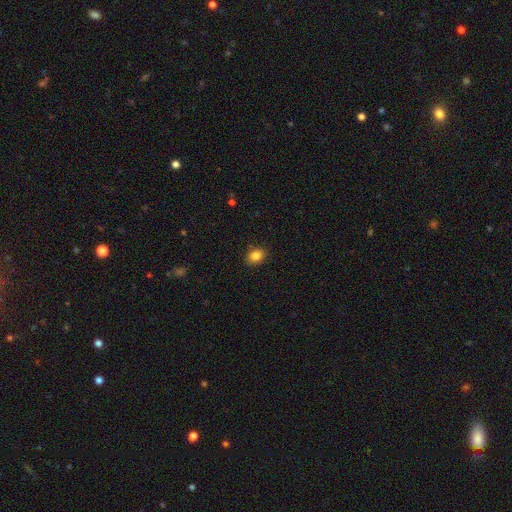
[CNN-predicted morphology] smooth_or_featured: smooth (p=0.85) [alt: star or artifact p=0.10]
how_rounded: in between (p=0.64) [alt: round p=0.35]
merging: none (p=0.87) [alt: minor disturbance p=0.10]